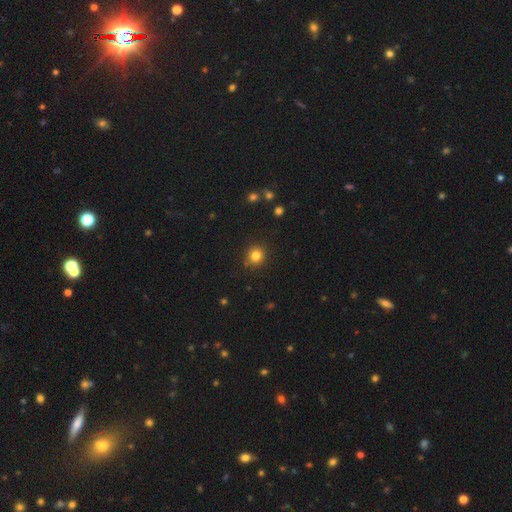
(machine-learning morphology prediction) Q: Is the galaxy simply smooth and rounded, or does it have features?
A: smooth — 81%.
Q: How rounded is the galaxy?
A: round — 88%.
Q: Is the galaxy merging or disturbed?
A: none — 88%.